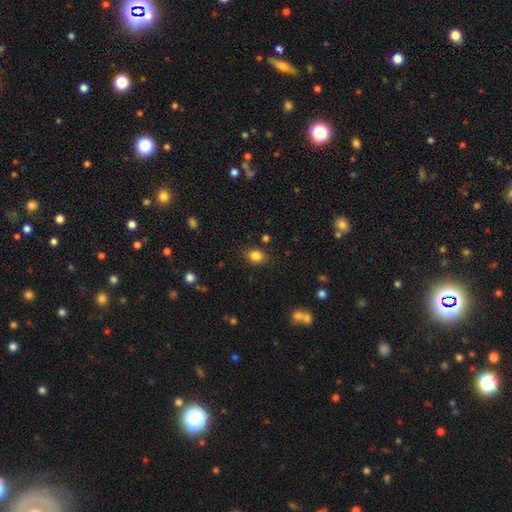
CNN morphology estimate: A smooth galaxy with no disk features (84%) that is in between round and cigar-shaped (57%). Merging: none (83%).